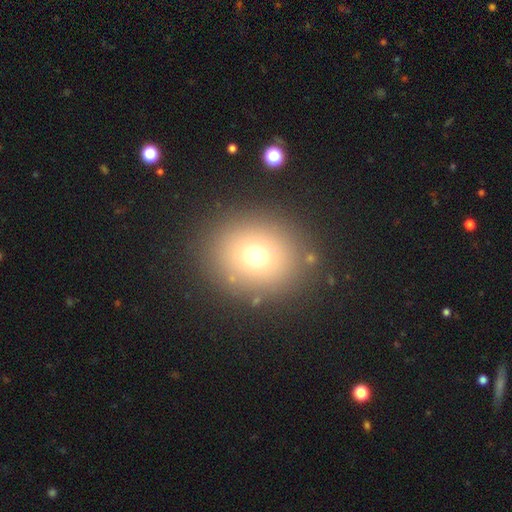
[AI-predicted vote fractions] smooth 72%, star or artifact 17%, featured or disk 11%. Down the decision tree: how rounded — round (75%); merging — none (88%).